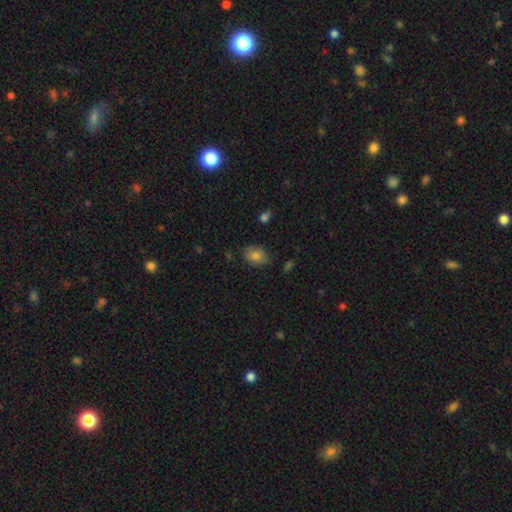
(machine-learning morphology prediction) A smooth galaxy with no disk features (80%) that is in between round and cigar-shaped (77%). Merging: none (76%).